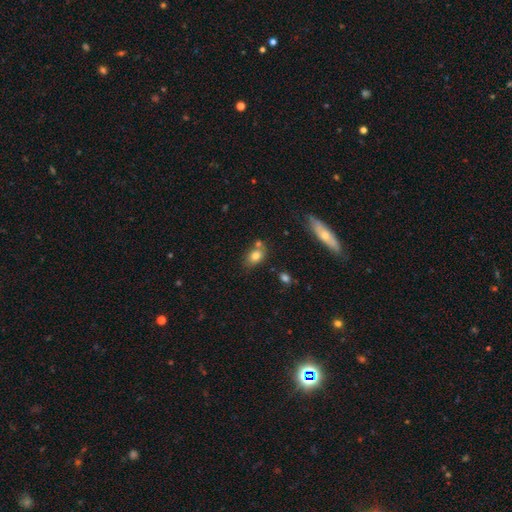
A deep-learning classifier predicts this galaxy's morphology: smooth-or-featured: smooth: 79% | featured or disk: 11% | star or artifact: 9%
  how-rounded: in between: 79% | round: 18% | cigar-shaped: 3%
  merging: none: 58% | merger: 21% | minor disturbance: 17% | major disturbance: 5%